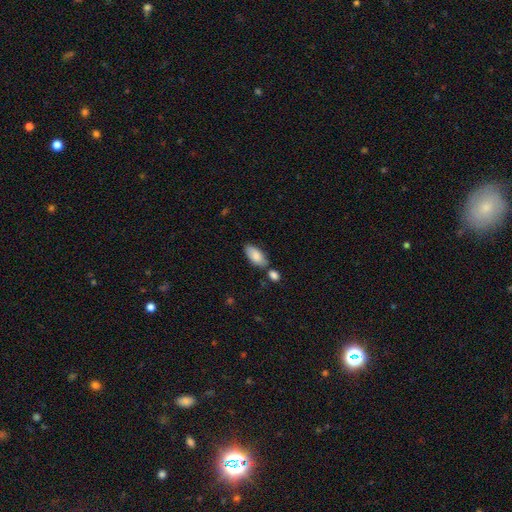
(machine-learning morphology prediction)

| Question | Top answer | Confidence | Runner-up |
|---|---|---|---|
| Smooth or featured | smooth | 84% | featured or disk (10%) |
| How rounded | in between | 91% | cigar-shaped (7%) |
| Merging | none | 66% | minor disturbance (16%) |